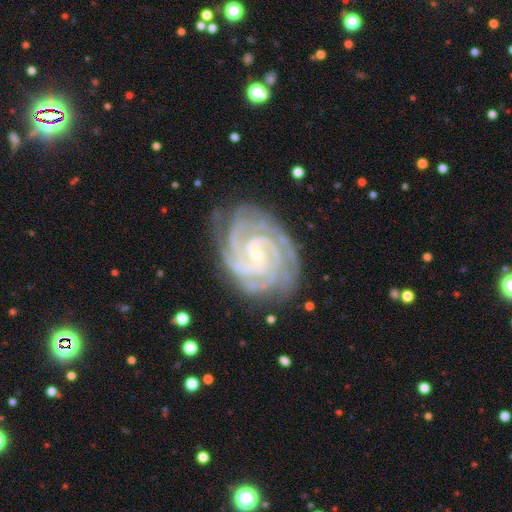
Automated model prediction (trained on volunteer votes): smooth-or-featured: featured or disk: 93% | star or artifact: 5% | smooth: 3%
  disk-edge-on: no: 98% | yes: 2%
    bar: no: 50% | weak: 35% | strong: 14%
    has-spiral-arms: yes: 99% | no: 1%
      spiral-winding: tight: 81% | medium: 17% | loose: 2%
      spiral-arm-count: 4: 28% | 3: 26% | 2: 18% | can't tell: 12% | more than 4: 9% | 1: 7%
    bulge-size: small: 82% | moderate: 13% | none: 3% | large: 1% | dominant: 1%
  merging: none: 78% | minor disturbance: 16% | major disturbance: 5% | merger: 1%